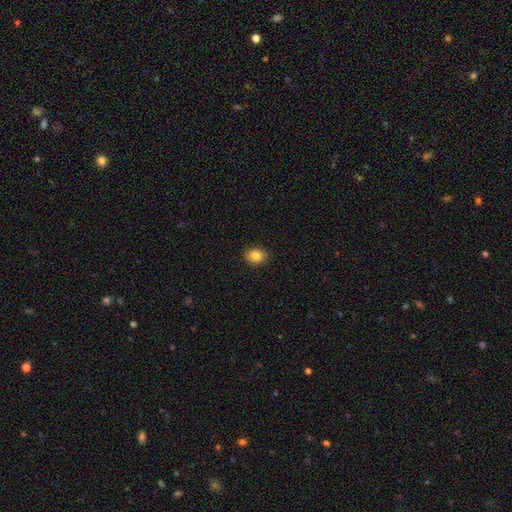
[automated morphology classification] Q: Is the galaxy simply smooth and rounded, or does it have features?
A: smooth — 85%.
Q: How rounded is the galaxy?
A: round — 57%.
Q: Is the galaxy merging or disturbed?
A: none — 90%.